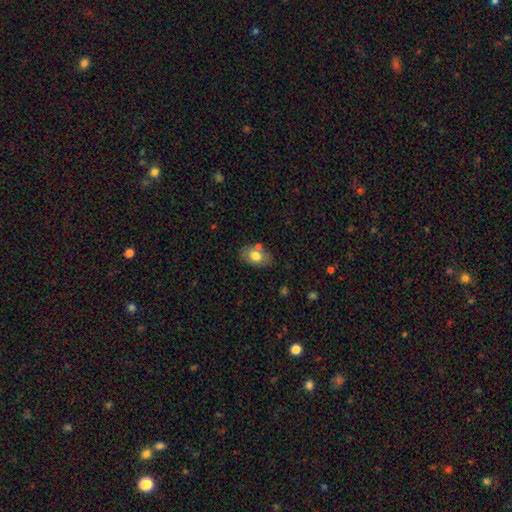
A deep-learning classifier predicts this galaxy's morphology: Smooth or featured?
  - smooth: 74% *
  - featured or disk: 19%
  - star or artifact: 7%
How rounded?
  - in between: 86% *
  - round: 13%
  - cigar-shaped: 1%
Merging?
  - none: 68% *
  - minor disturbance: 16%
  - merger: 12%
  - major disturbance: 4%